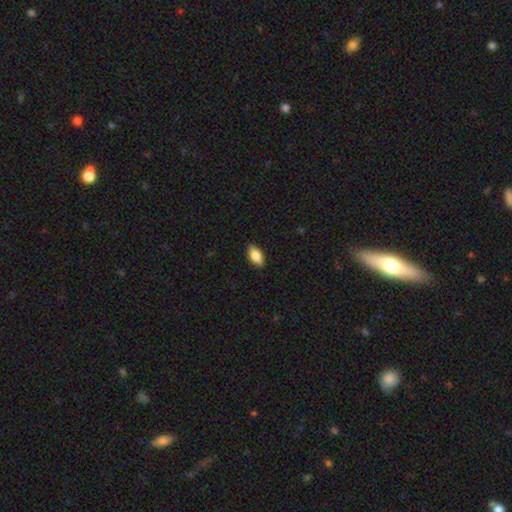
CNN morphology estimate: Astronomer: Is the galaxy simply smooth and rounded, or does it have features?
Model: smooth — 81%.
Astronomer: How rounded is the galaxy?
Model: in between — 90%.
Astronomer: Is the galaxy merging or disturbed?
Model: none — 88%.